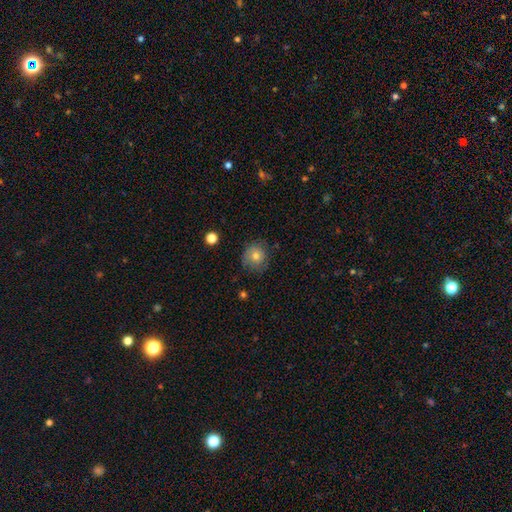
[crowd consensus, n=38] smooth_or_featured: smooth (p=0.66) [alt: featured or disk p=0.29]
how_rounded: round (p=0.88) [alt: in between p=0.12]
merging: none (p=0.75) [alt: minor disturbance p=0.22]